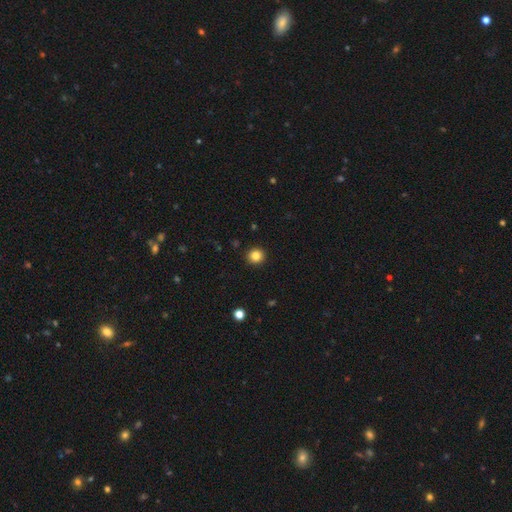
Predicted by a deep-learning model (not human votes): A smooth galaxy with no disk features (84%) that is round (95%). Merging: none (93%).